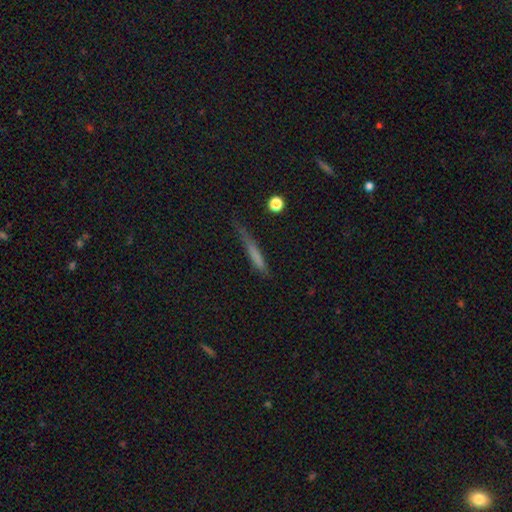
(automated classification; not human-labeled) Overall: smooth (67%). How rounded: cigar-shaped (93%). Merging: none (63%; minor disturbance 26%).